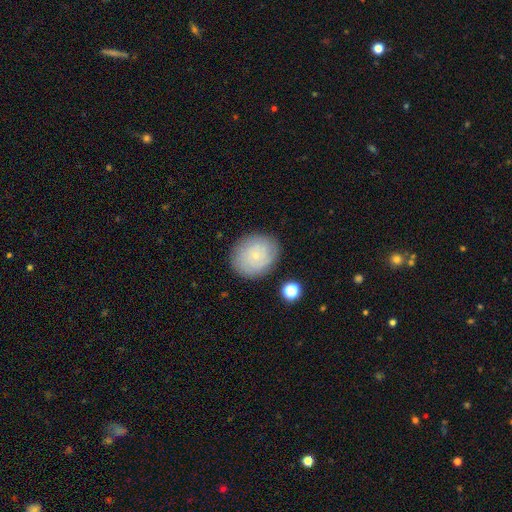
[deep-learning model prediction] Q: Smooth or featured?
A: smooth (59%); runner-up: featured or disk (32%)
Q: How rounded?
A: round (61%); runner-up: in between (38%)
Q: Merging?
A: none (82%); runner-up: minor disturbance (13%)